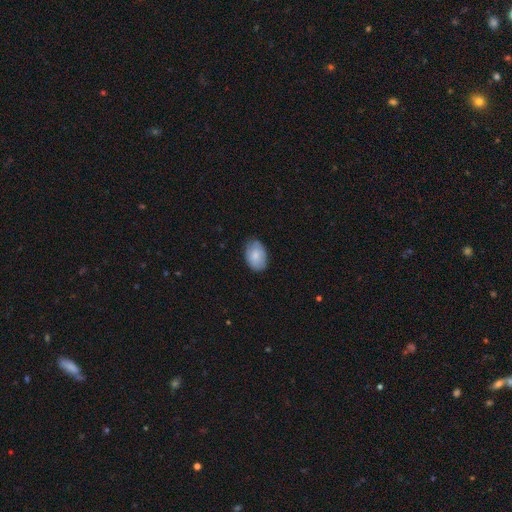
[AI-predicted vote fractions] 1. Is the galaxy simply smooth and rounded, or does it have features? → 75% smooth, 18% featured or disk, 6% star or artifact.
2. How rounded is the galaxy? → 87% in between, 12% round, 1% cigar-shaped.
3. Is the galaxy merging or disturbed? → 77% none, 19% minor disturbance, 3% major disturbance, 1% merger.